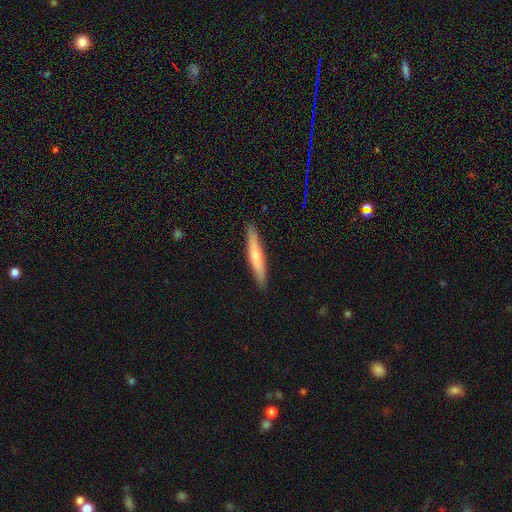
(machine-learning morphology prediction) smooth_or_featured: smooth (p=0.60) [alt: featured or disk p=0.35]
how_rounded: cigar-shaped (p=0.93) [alt: in between p=0.06]
merging: none (p=0.91) [alt: minor disturbance p=0.07]